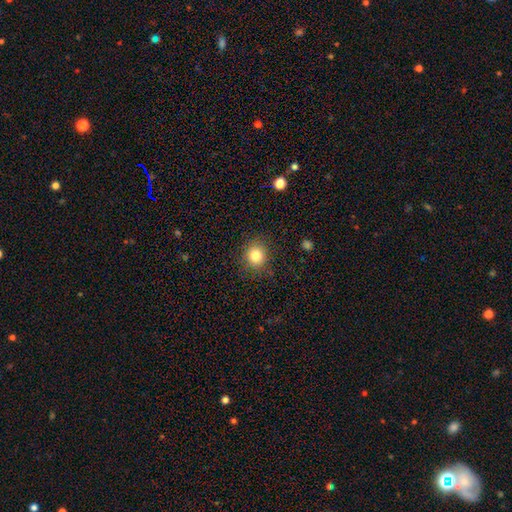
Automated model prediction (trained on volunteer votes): smooth-or-featured: smooth: 82% | star or artifact: 11% | featured or disk: 7%
  how-rounded: round: 80% | in between: 19% | cigar-shaped: 1%
  merging: none: 85% | minor disturbance: 10% | major disturbance: 3% | merger: 1%